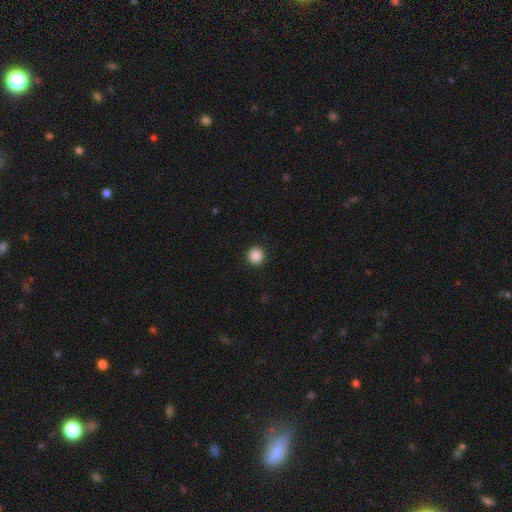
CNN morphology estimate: This appears to be a smooth galaxy with no disk features (88%) that is round (95%). Merging: none (93%).